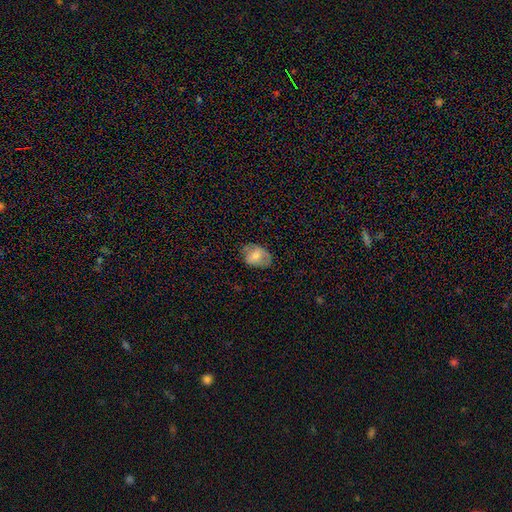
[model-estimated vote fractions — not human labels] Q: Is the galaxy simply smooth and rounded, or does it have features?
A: smooth — 68%.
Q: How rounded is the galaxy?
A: in between — 75%.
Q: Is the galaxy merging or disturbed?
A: none — 67%.